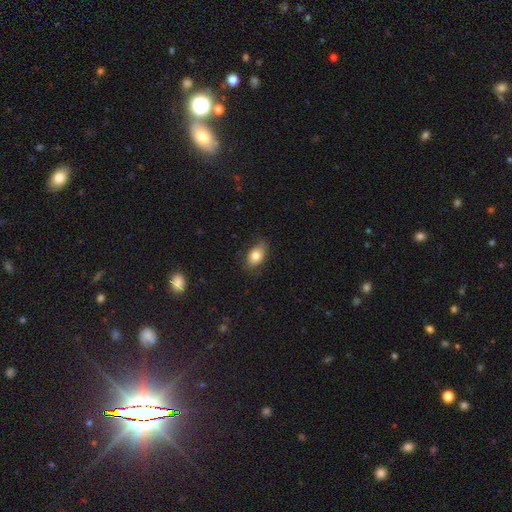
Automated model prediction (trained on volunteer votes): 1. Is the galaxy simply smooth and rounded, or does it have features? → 78% smooth, 14% featured or disk, 8% star or artifact.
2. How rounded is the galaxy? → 85% in between, 14% round, 2% cigar-shaped.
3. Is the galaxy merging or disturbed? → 71% none, 22% minor disturbance, 5% major disturbance, 1% merger.